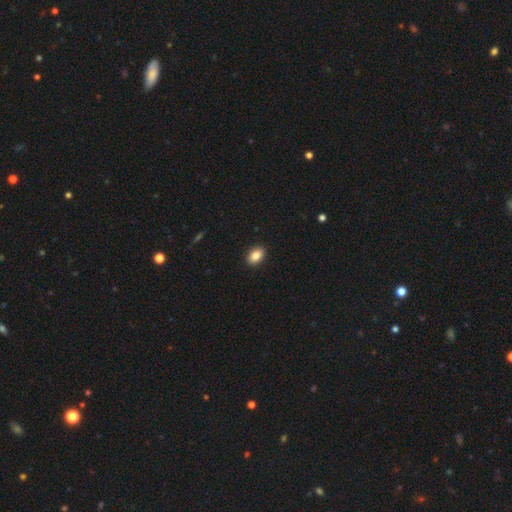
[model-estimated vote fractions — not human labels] Smooth or featured: smooth — 86% (star or artifact — 8%)
How rounded: in between — 84% (round — 14%)
Merging: none — 91% (minor disturbance — 6%)